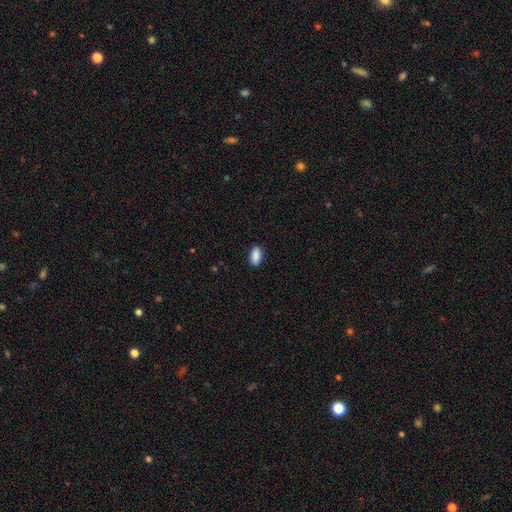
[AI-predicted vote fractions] Smooth or featured: smooth — 90% (star or artifact — 7%)
How rounded: in between — 93% (round — 4%)
Merging: none — 89% (minor disturbance — 8%)